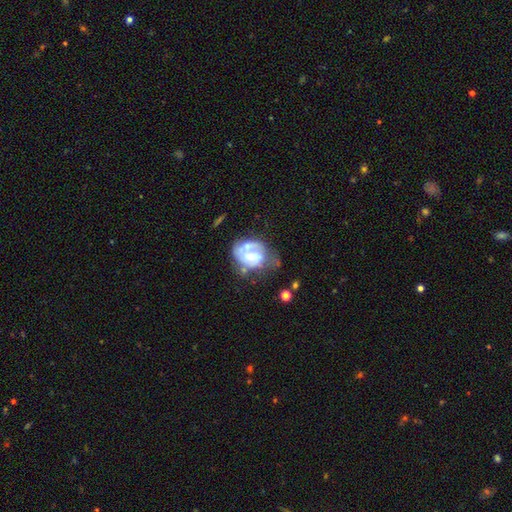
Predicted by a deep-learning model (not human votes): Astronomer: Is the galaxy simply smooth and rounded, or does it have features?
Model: featured or disk — 58% (runner-up: smooth, 34%).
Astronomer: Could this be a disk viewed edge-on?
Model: no — 97%.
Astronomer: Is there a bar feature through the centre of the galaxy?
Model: no — 69%.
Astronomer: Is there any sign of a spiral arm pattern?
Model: yes — 52% (runner-up: no, 48%).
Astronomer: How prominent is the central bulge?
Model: moderate — 45% (runner-up: small, 36%).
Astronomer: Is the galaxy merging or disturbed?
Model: none — 29% (runner-up: major disturbance, 28%).